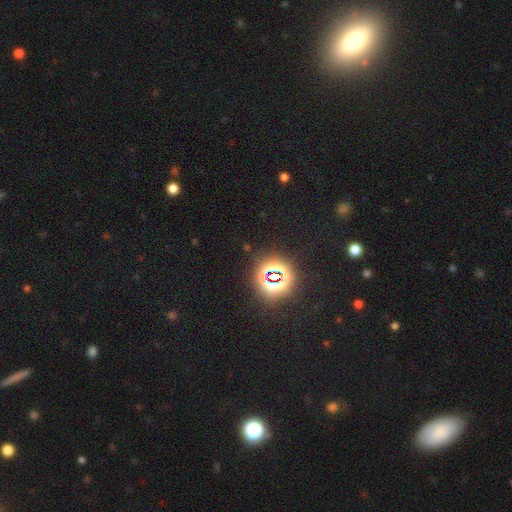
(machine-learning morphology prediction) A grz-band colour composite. It shows a star or artifact, not a galaxy (81%).